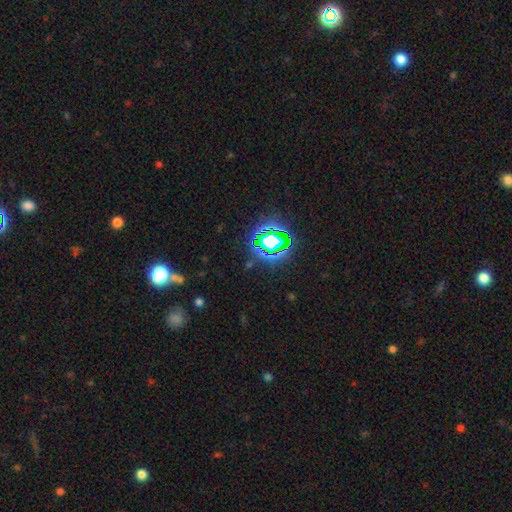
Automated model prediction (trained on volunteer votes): A star or artifact, not a galaxy (72%).

Vote fractions:
- Smooth or featured? star or artifact: 72% / smooth: 19% / featured or disk: 9%